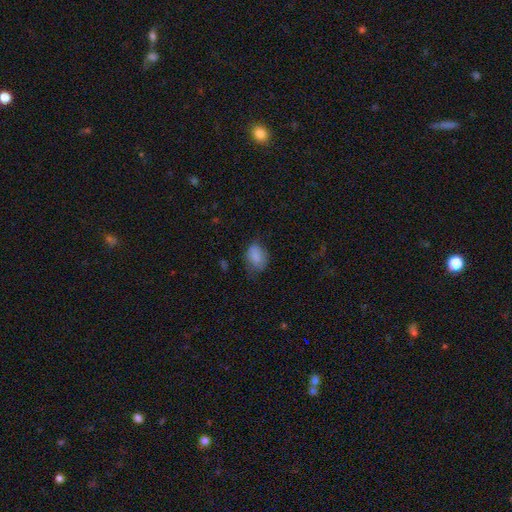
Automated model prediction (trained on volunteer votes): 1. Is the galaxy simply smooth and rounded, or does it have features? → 83% smooth, 9% featured or disk, 8% star or artifact.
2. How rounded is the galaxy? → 73% in between, 26% round, 1% cigar-shaped.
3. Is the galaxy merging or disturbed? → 57% none, 31% minor disturbance, 11% major disturbance, 1% merger.